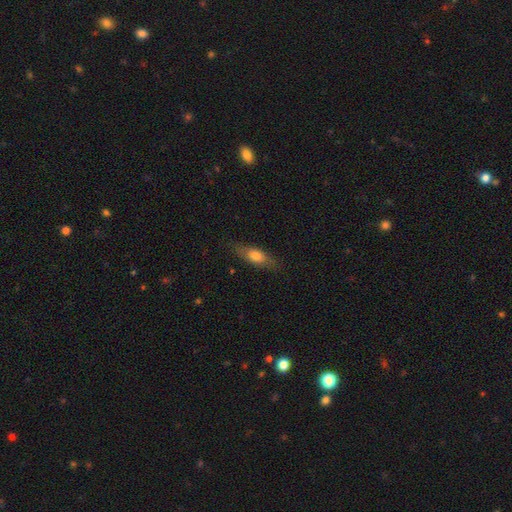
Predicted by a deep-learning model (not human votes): smooth_or_featured: smooth (p=0.66) [alt: featured or disk p=0.27]
how_rounded: in between (p=0.60) [alt: cigar-shaped p=0.36]
merging: none (p=0.79) [alt: minor disturbance p=0.16]